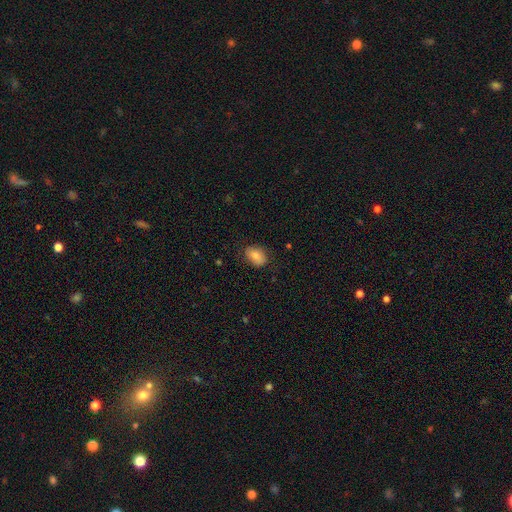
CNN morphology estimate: The model was most divided on "how rounded": in between: 76%, round: 23%, cigar-shaped: 1%. More confident: merging — none (78%); smooth or featured — smooth (77%).